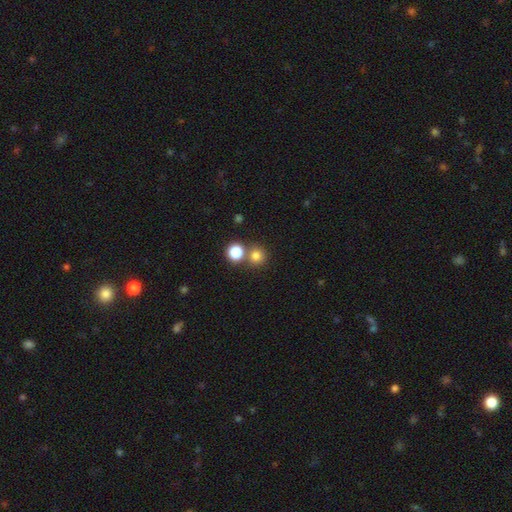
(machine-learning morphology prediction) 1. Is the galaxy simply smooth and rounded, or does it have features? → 78% smooth, 16% star or artifact, 6% featured or disk.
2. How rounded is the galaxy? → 92% round, 7% in between, 1% cigar-shaped.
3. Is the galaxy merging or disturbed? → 67% none, 25% merger, 6% minor disturbance, 3% major disturbance.